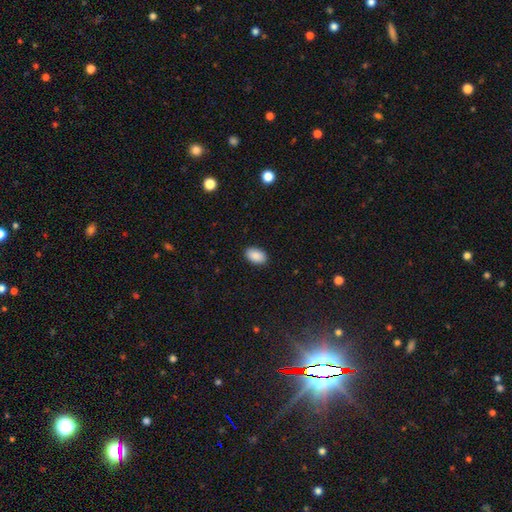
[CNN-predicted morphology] smooth-or-featured: smooth: 90% | star or artifact: 7% | featured or disk: 3%
  how-rounded: in between: 92% | round: 7% | cigar-shaped: 1%
  merging: none: 89% | minor disturbance: 8% | major disturbance: 2% | merger: 1%